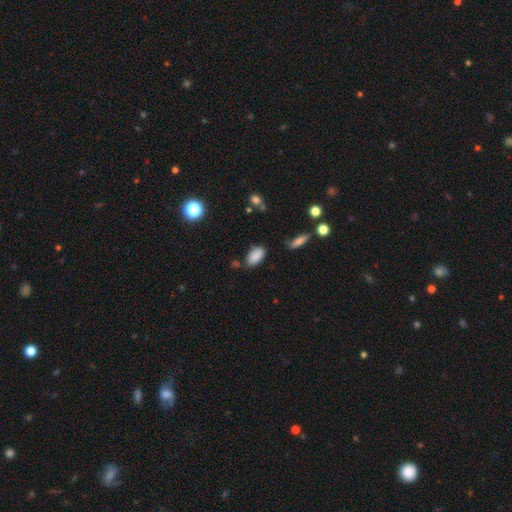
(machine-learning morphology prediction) Overall: smooth (86%). How rounded: in between (93%). Merging: none (72%).